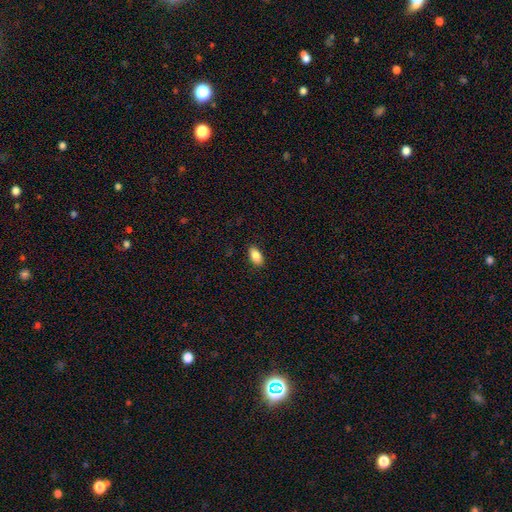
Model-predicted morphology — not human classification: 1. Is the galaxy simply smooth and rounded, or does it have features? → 86% smooth, 7% star or artifact, 6% featured or disk.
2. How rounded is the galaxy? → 92% in between, 5% cigar-shaped, 3% round.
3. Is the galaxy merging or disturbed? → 89% none, 8% minor disturbance, 2% major disturbance, 1% merger.